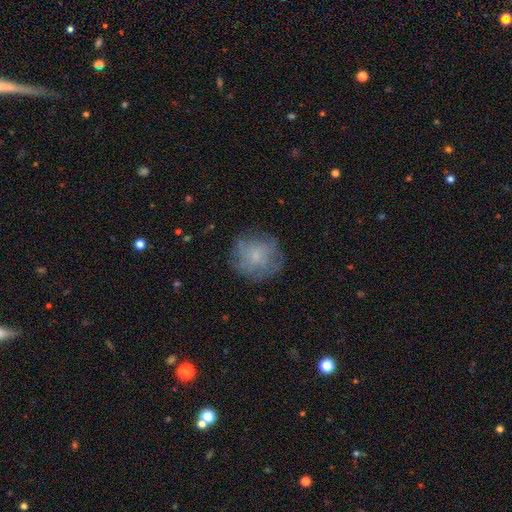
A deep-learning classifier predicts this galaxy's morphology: Overall: smooth (48%; featured or disk 41%). Merging: none (73%).